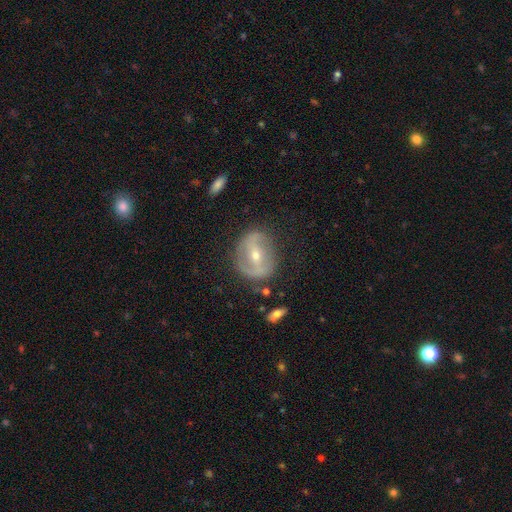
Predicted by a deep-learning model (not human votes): Smooth or featured?
  - featured or disk: 75% *
  - smooth: 18%
  - star or artifact: 7%
Edge-on disk?
  - no: 94% *
  - yes: 6%
Bar?
  - strong: 53% *
  - weak: 31%
  - no: 16%
Spiral arms?
  - yes: 66% *
  - no: 34%
Bulge size?
  - small: 49% *
  - moderate: 48%
  - large: 1%
  - none: 1%
  - dominant: 1%
Merging?
  - none: 74% *
  - minor disturbance: 17%
  - major disturbance: 7%
  - merger: 2%